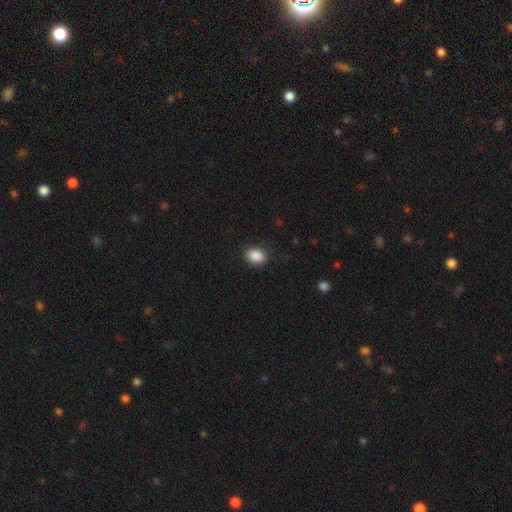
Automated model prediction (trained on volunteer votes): A smooth galaxy with no disk features (89%) that is in between round and cigar-shaped (65%). Merging: none (87%).